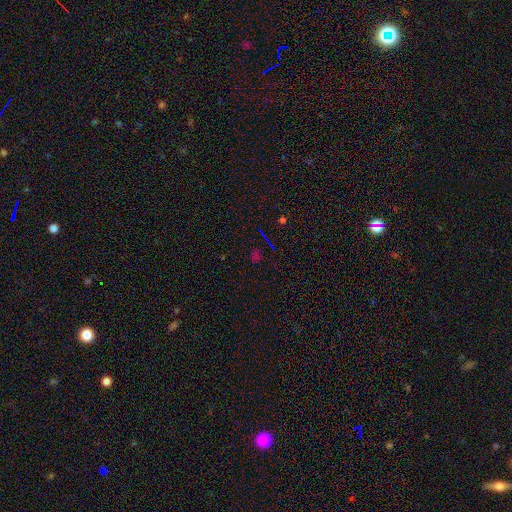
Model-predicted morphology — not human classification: Smooth or featured? Predicted: star or artifact (p=0.60).